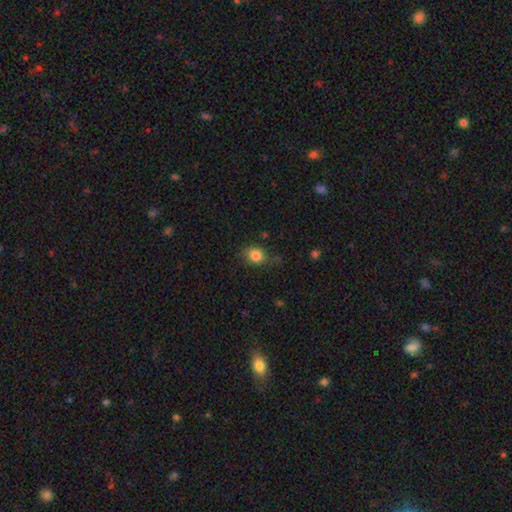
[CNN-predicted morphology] The model was most divided on "how rounded": round: 56%, in between: 43%, cigar-shaped: 1%. More confident: smooth or featured — smooth (83%); merging — none (67%).